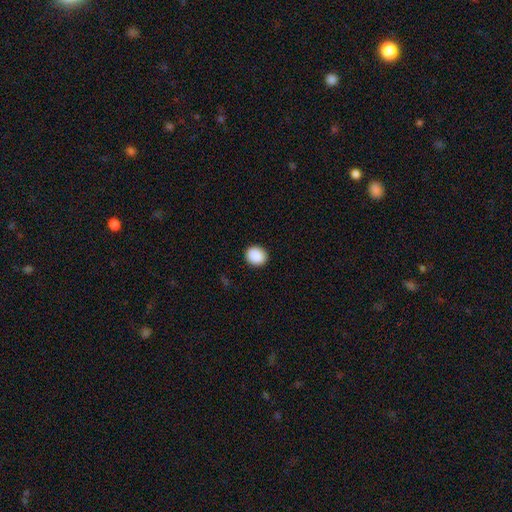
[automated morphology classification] A smooth galaxy with no disk features (89%) that is round (74%). Merging: none (91%).